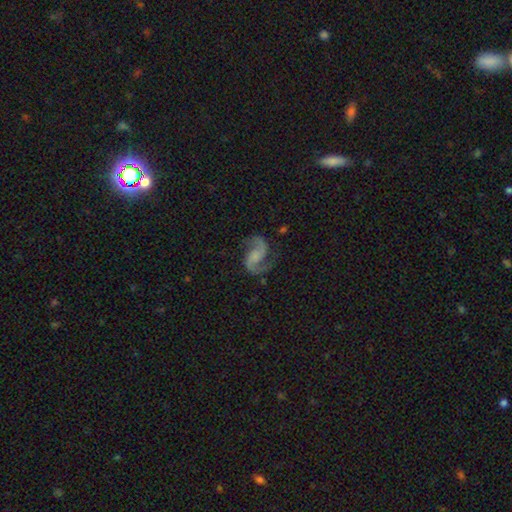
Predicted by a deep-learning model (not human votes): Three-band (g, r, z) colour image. It shows a featured or disk galaxy (90%) with no bar (50%), 2 (94%) medium (51%) spiral arms (98%) and no central bulge (51%). Merging: none (76%).